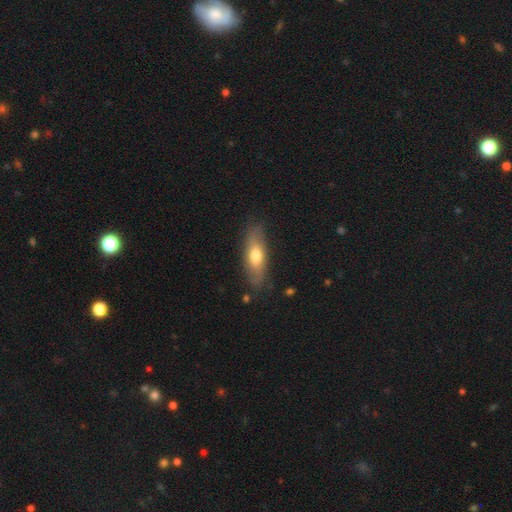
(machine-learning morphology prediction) This is possibly a smooth galaxy (60%). How rounded: likely in between (62%). Merging: likely none (79%).